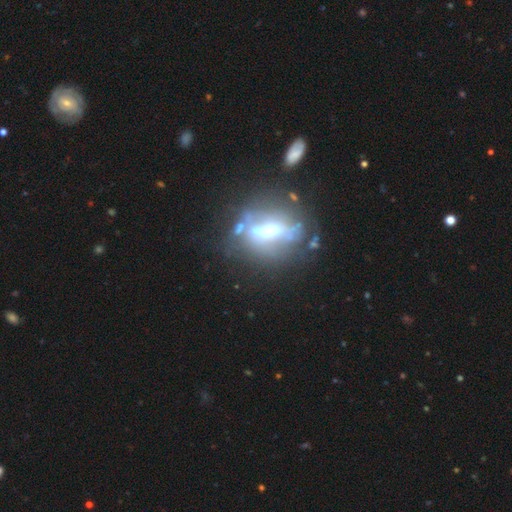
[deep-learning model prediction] Smooth or featured? Predicted: featured or disk (p=0.72). Edge-on disk? Predicted: yes (p=0.53). Merging? Predicted: none (p=0.65).